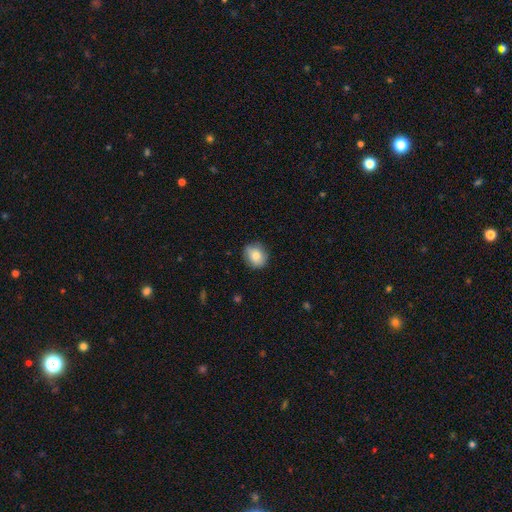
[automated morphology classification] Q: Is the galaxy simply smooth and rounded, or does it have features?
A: smooth — 82%.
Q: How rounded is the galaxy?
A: round — 72%.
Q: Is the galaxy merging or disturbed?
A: none — 84%.